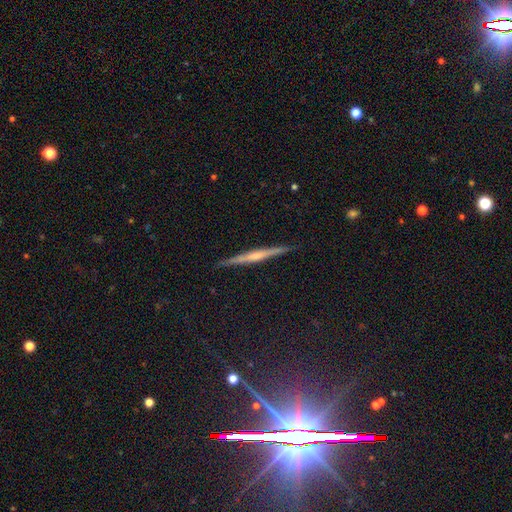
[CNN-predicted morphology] A featured or disk galaxy (68%) viewed edge-on (97%) with a rounded central bulge (53%). Merging: none (90%).